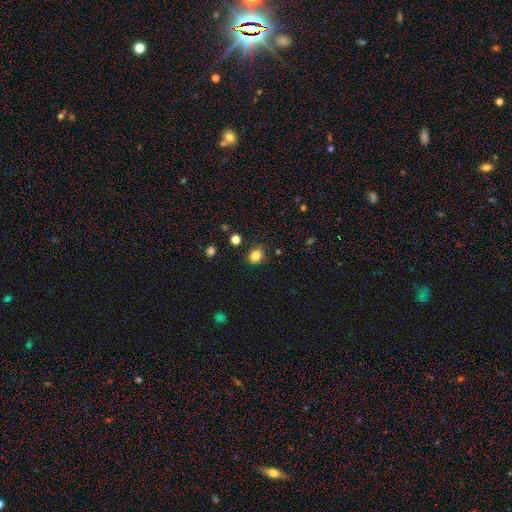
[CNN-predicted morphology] This is clearly a smooth galaxy (83%). How rounded: possibly round (51%). Merging: clearly none (86%).